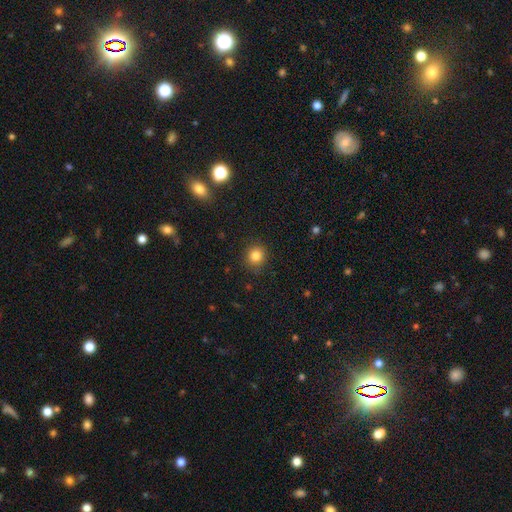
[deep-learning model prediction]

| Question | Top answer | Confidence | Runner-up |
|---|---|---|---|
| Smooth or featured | smooth | 84% | star or artifact (11%) |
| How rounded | round | 86% | in between (13%) |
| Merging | none | 88% | minor disturbance (8%) |